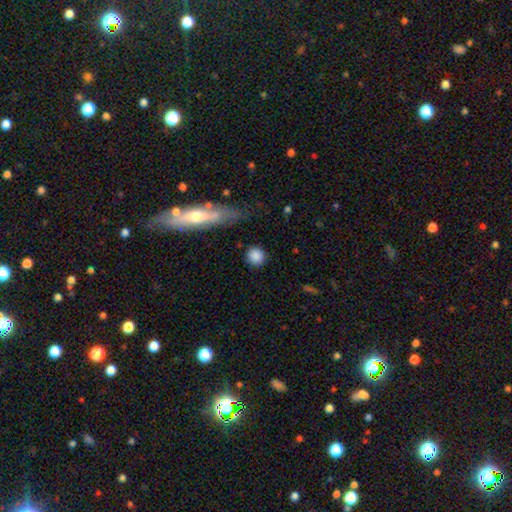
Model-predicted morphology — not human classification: Q: Smooth or featured?
A: smooth (86%); runner-up: star or artifact (8%)
Q: How rounded?
A: round (92%); runner-up: in between (7%)
Q: Merging?
A: none (86%); runner-up: minor disturbance (8%)